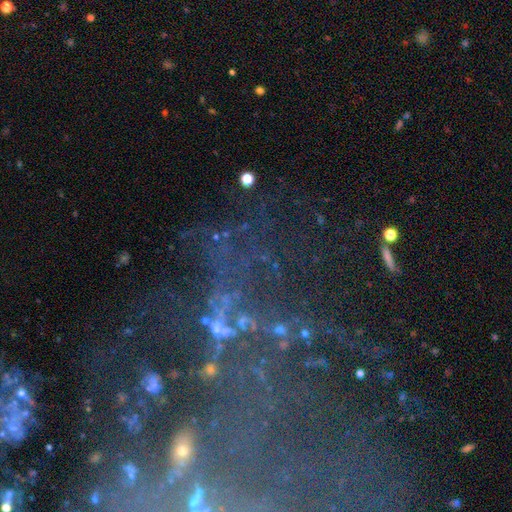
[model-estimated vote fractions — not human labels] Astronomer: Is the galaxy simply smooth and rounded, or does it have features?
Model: star or artifact — 46% (runner-up: featured or disk, 41%).